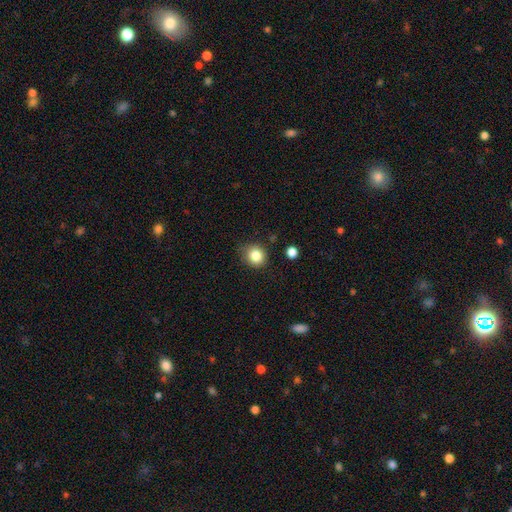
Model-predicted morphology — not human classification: smooth 84%, star or artifact 10%, featured or disk 6%. Down the decision tree: how rounded — round (83%); merging — none (82%).